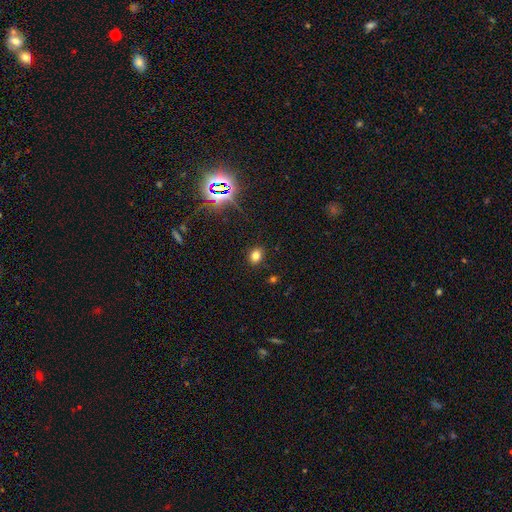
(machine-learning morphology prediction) Q: Smooth or featured?
A: smooth (77%); runner-up: star or artifact (17%)
Q: How rounded?
A: in between (54%); runner-up: round (45%)
Q: Merging?
A: none (88%); runner-up: minor disturbance (8%)